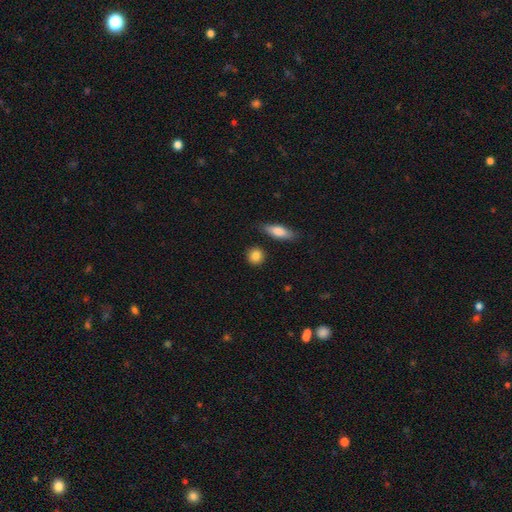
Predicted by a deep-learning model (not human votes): smooth-or-featured: smooth: 85% | star or artifact: 8% | featured or disk: 7%
  how-rounded: round: 83% | in between: 14% | cigar-shaped: 3%
  merging: none: 86% | minor disturbance: 8% | merger: 3% | major disturbance: 2%